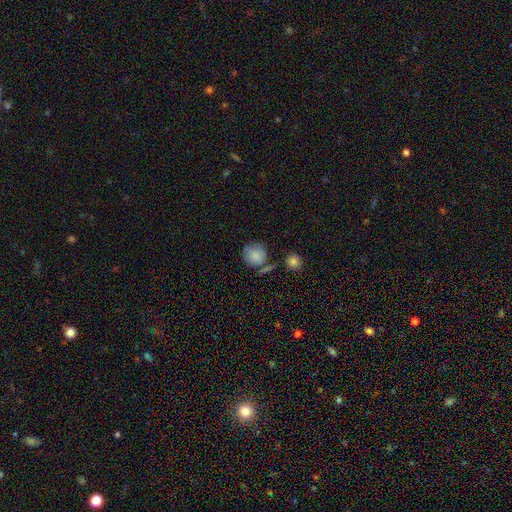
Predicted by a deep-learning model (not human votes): Smooth or featured?
  - smooth: 84% *
  - star or artifact: 9%
  - featured or disk: 8%
How rounded?
  - round: 89% *
  - in between: 10%
  - cigar-shaped: 1%
Merging?
  - none: 69% *
  - minor disturbance: 16%
  - merger: 11%
  - major disturbance: 5%